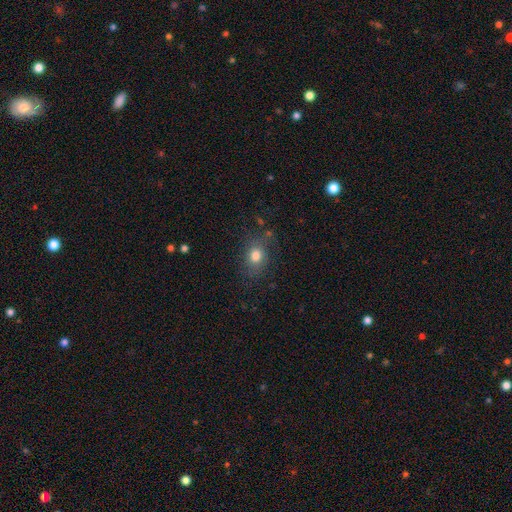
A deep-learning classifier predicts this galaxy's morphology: smooth_or_featured: smooth (p=0.78) [alt: star or artifact p=0.12]
how_rounded: in between (p=0.53) [alt: round p=0.45]
merging: none (p=0.74) [alt: minor disturbance p=0.17]